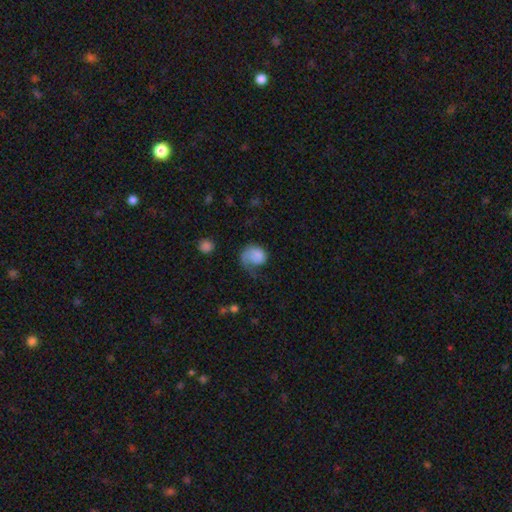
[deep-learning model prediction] smooth_or_featured: smooth (p=0.63) [alt: featured or disk p=0.29]
how_rounded: round (p=0.57) [alt: in between p=0.42]
merging: major disturbance (p=0.47) [alt: none p=0.26]